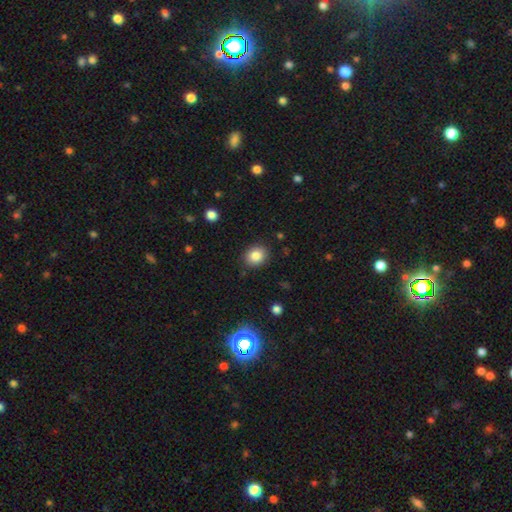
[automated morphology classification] Smooth or featured? smooth (84%)
How rounded? round (68%)
Merging? none (88%)